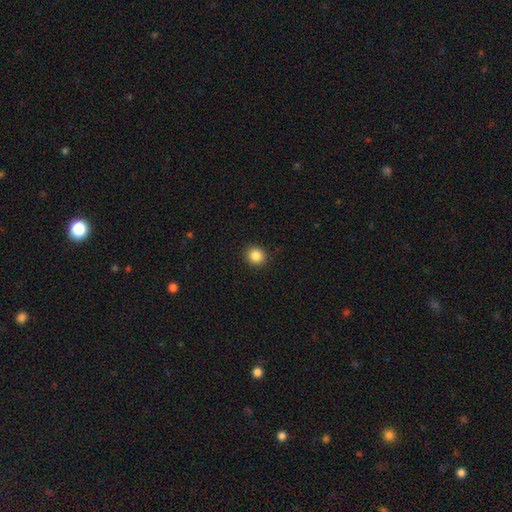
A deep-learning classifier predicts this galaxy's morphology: smooth-or-featured: smooth: 86% | star or artifact: 10% | featured or disk: 4%
  how-rounded: round: 90% | in between: 9% | cigar-shaped: 1%
  merging: none: 92% | minor disturbance: 5% | major disturbance: 2% | merger: 1%